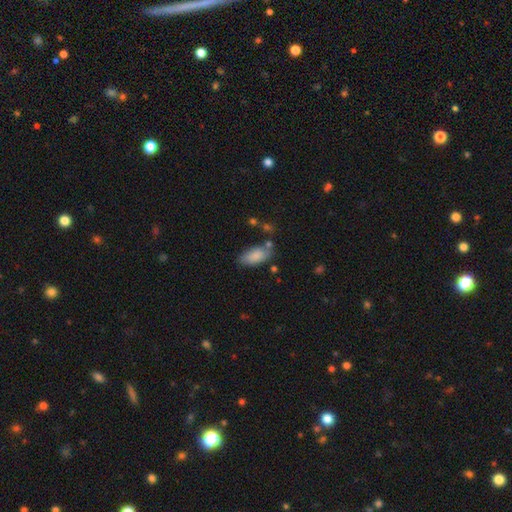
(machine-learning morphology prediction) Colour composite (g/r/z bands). It shows a smooth galaxy with no disk features (85%) that is in between round and cigar-shaped (89%). Merging: none (67%).